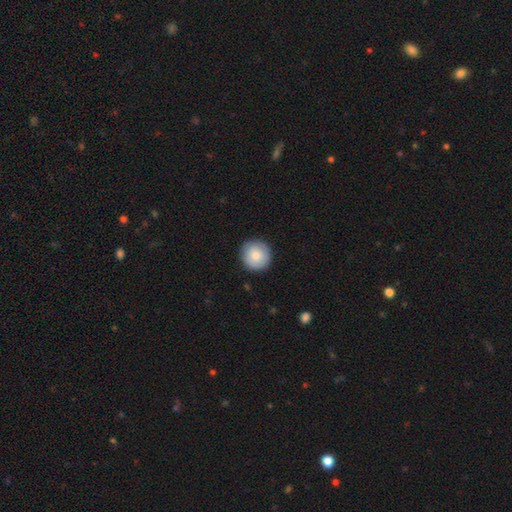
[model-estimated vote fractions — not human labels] This appears to be a smooth galaxy with no disk features (82%) that is round (95%). Merging: none (90%).